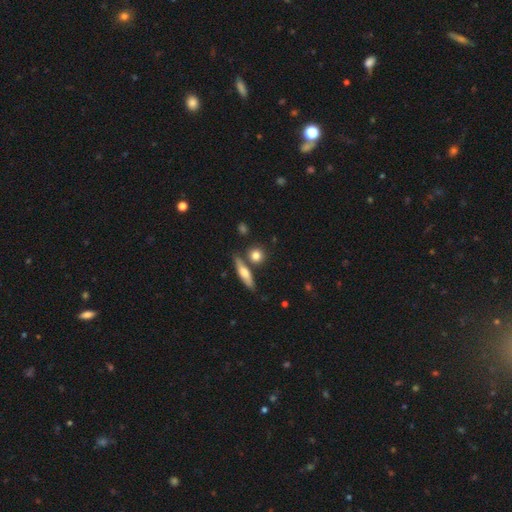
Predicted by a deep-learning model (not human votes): smooth-or-featured: smooth: 77% | featured or disk: 15% | star or artifact: 8%
  how-rounded: round: 74% | in between: 16% | cigar-shaped: 10%
  merging: none: 71% | merger: 16% | minor disturbance: 10% | major disturbance: 3%